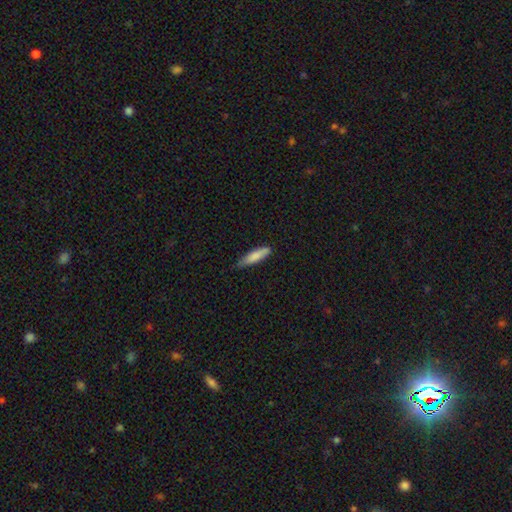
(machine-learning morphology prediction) The model was most divided on "merging": none: 68%, minor disturbance: 27%, major disturbance: 3%, merger: 1%. More confident: smooth or featured — smooth (81%); how rounded — cigar-shaped (78%).